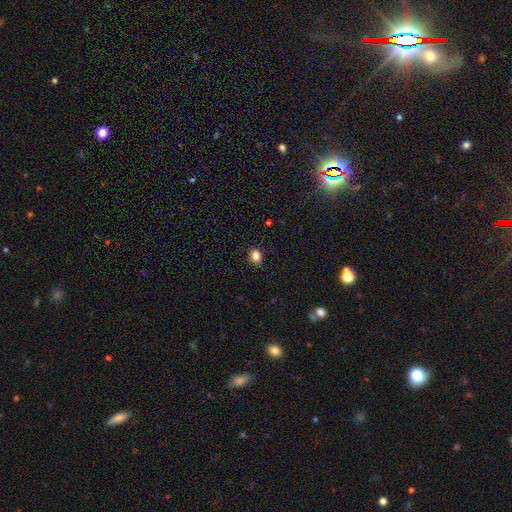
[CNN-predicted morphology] Smooth or featured? Predicted: smooth (p=0.83). How rounded? Predicted: round (p=0.56). Merging? Predicted: none (p=0.88).